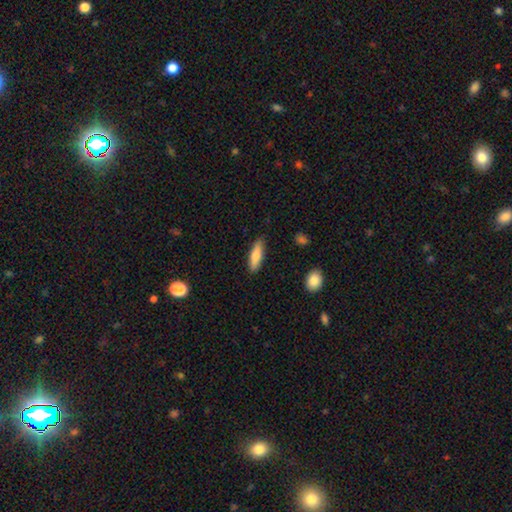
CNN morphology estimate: Q: Smooth or featured?
A: smooth (75%); runner-up: featured or disk (19%)
Q: How rounded?
A: cigar-shaped (59%); runner-up: in between (39%)
Q: Merging?
A: none (87%); runner-up: minor disturbance (10%)